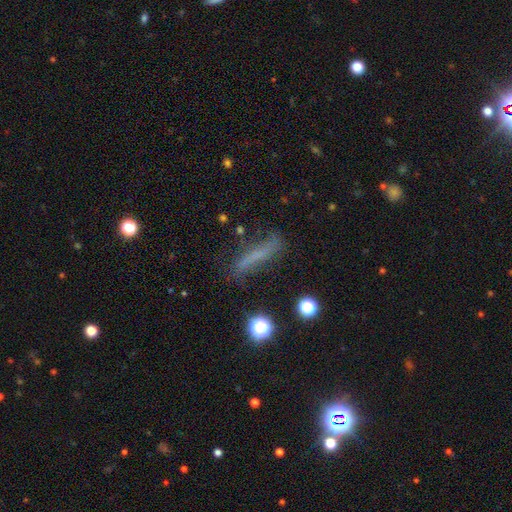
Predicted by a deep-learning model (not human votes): A smooth galaxy with no disk features (49%). Merging: none (67%).